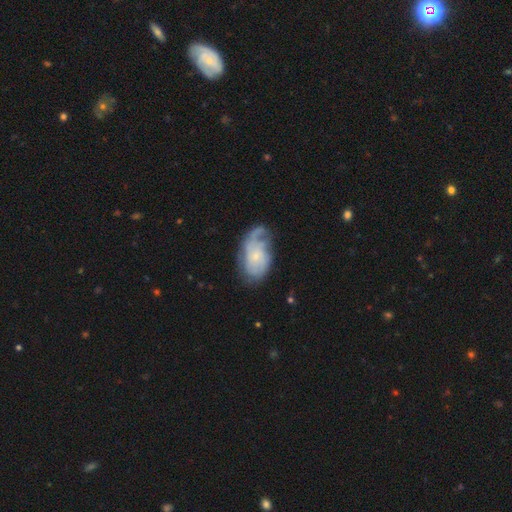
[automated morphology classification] smooth-or-featured: featured or disk: 70% | smooth: 23% | star or artifact: 6%
  disk-edge-on: no: 96% | yes: 4%
    bar: no: 73% | weak: 24% | strong: 3%
    has-spiral-arms: yes: 87% | no: 13%
      spiral-winding: medium: 36% | tight: 35% | loose: 29%
      spiral-arm-count: 1: 32% | 2: 29% | can't tell: 27% | 3: 7% | 4: 3% | more than 4: 3%
    bulge-size: small: 75% | moderate: 15% | none: 7% | large: 2% | dominant: 1%
  merging: none: 43% | minor disturbance: 28% | major disturbance: 25% | merger: 3%